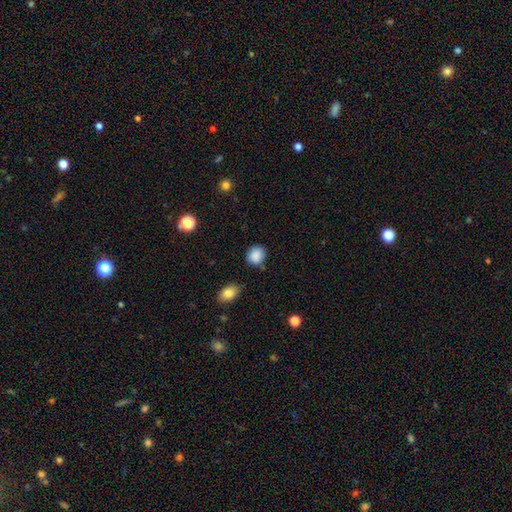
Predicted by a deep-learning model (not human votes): Smooth or featured? Predicted: smooth (p=0.88). How rounded? Predicted: round (p=0.76). Merging? Predicted: none (p=0.78).